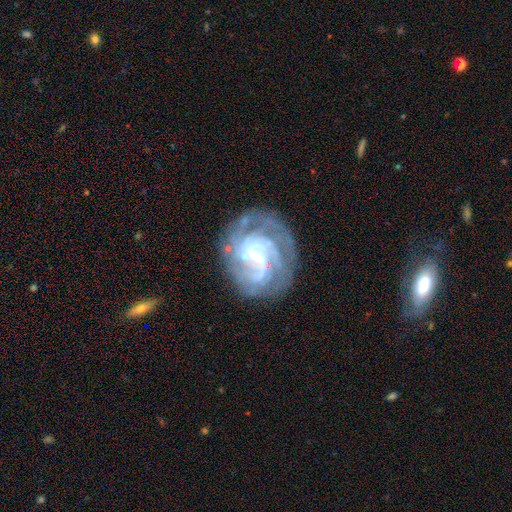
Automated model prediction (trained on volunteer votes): Smooth or featured: featured or disk — 88% (smooth — 7%)
Edge-on disk: no — 98% (yes — 2%)
Bar: no — 46% (weak — 41%)
Spiral arms: yes — 97% (no — 3%)
Spiral winding: tight — 66% (medium — 29%)
Spiral arm count: 3 — 26% (can't tell — 23%)
Bulge size: small — 67% (moderate — 28%)
Merging: none — 74% (minor disturbance — 17%)